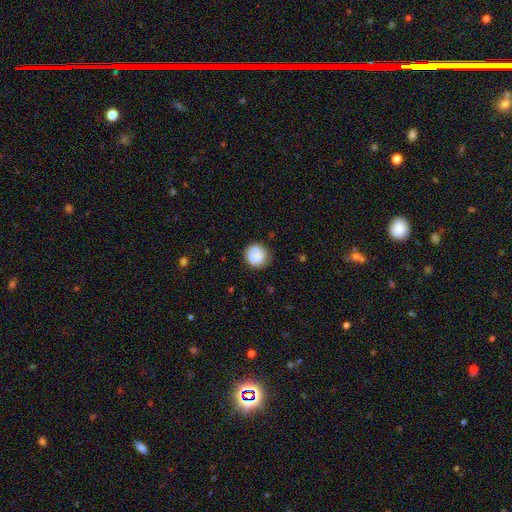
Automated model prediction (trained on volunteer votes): This appears to be a smooth galaxy with no disk features (78%) that is round (86%). Merging: none (70%).